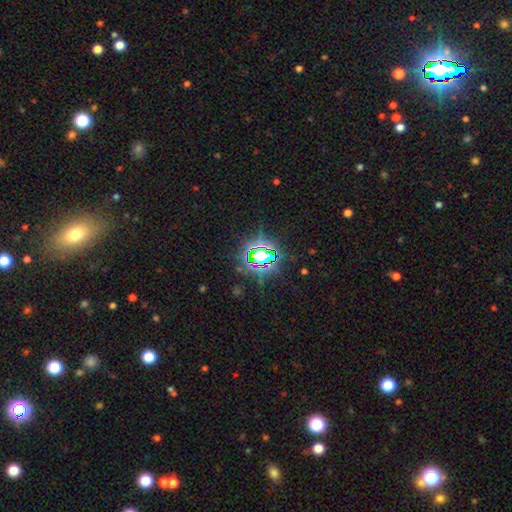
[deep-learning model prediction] Smooth or featured: star or artifact — 74% (smooth — 15%)